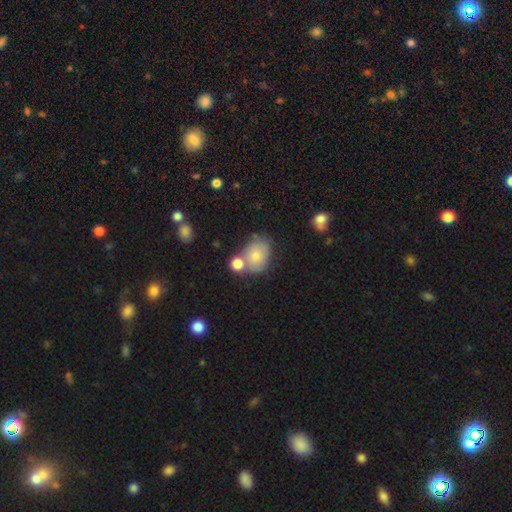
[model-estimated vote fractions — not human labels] The model was most divided on "merging": none: 44%, merger: 32%, minor disturbance: 18%, major disturbance: 7%. More confident: smooth or featured — smooth (75%); how rounded — in between (62%).